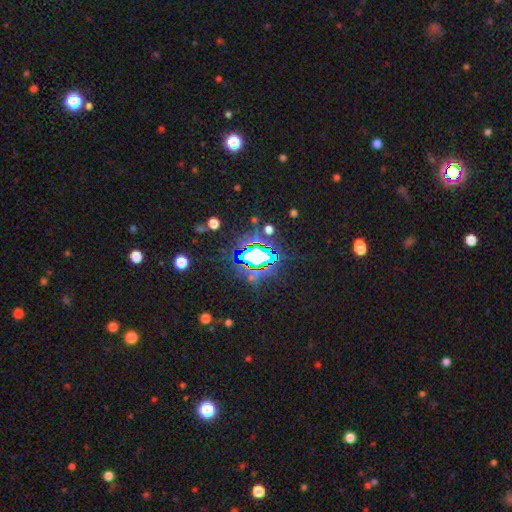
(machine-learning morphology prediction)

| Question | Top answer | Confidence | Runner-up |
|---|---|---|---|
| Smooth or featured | star or artifact | 74% | smooth (16%) |